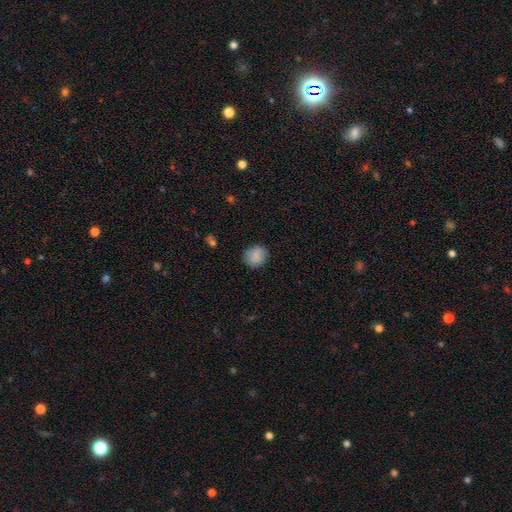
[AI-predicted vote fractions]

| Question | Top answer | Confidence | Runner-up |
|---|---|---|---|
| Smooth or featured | smooth | 85% | star or artifact (8%) |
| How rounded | round | 67% | in between (32%) |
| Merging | none | 82% | minor disturbance (13%) |